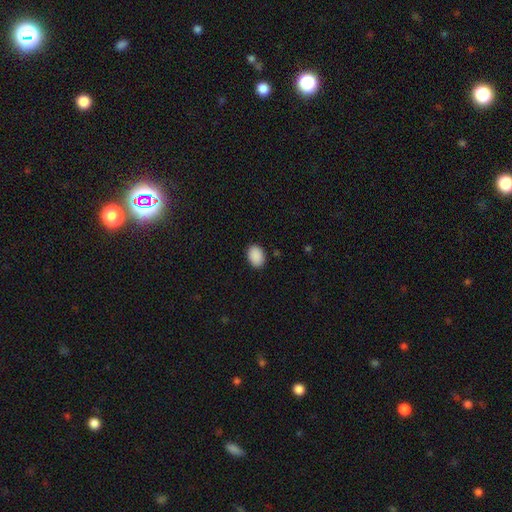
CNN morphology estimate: Smooth or featured: smooth — 90% (star or artifact — 7%)
How rounded: in between — 78% (round — 21%)
Merging: none — 89% (minor disturbance — 8%)